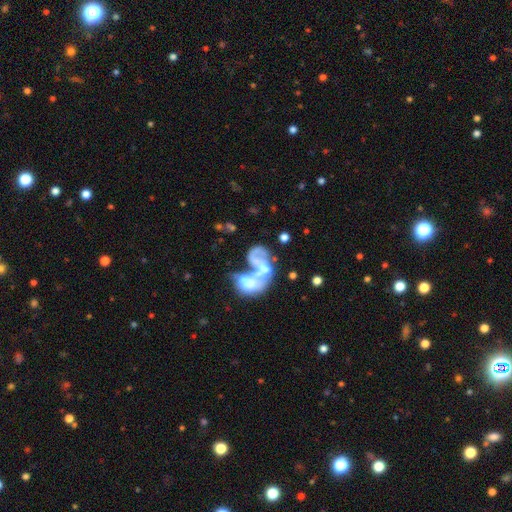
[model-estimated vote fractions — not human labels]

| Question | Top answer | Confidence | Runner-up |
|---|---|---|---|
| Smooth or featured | featured or disk | 65% | smooth (25%) |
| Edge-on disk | no | 98% | yes (2%) |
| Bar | no | 76% | weak (16%) |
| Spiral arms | no | 60% | yes (40%) |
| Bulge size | none | 43% | moderate (26%) |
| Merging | merger | 65% | major disturbance (20%) |